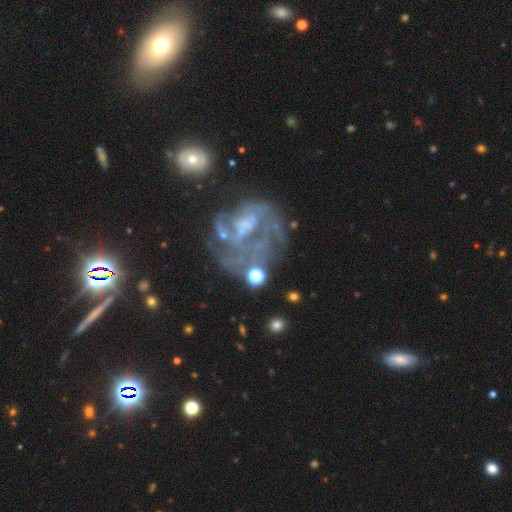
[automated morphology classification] smooth-or-featured: featured or disk: 73% | star or artifact: 17% | smooth: 10%
  disk-edge-on: no: 97% | yes: 3%
    bar: weak: 41% (tied) | no: 41% (tied) | strong: 18%
    has-spiral-arms: yes: 80% | no: 20%
      spiral-winding: tight: 44% | medium: 39% | loose: 17%
      spiral-arm-count: can't tell: 36% | 2: 31% | 3: 13% | 1: 7% | 4: 7% | more than 4: 6%
    bulge-size: small: 49% | moderate: 26% | none: 20% | large: 3% | dominant: 2%
  merging: none: 53% | major disturbance: 20% | minor disturbance: 17% | merger: 9%